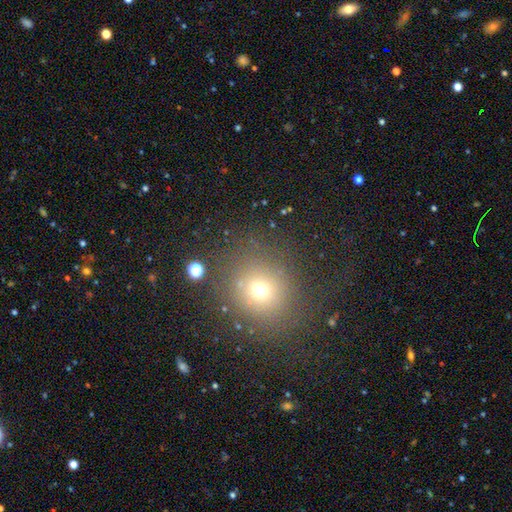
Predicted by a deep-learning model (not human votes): smooth_or_featured: smooth (p=0.57) [alt: star or artifact p=0.33]
how_rounded: round (p=0.85) [alt: in between p=0.14]
merging: none (p=0.83) [alt: minor disturbance p=0.09]